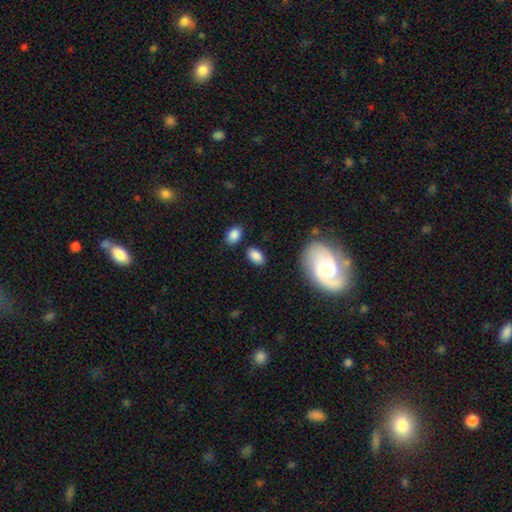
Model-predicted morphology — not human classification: smooth 87%, star or artifact 8%, featured or disk 6%. Down the decision tree: how rounded — in between (91%); merging — none (80%).